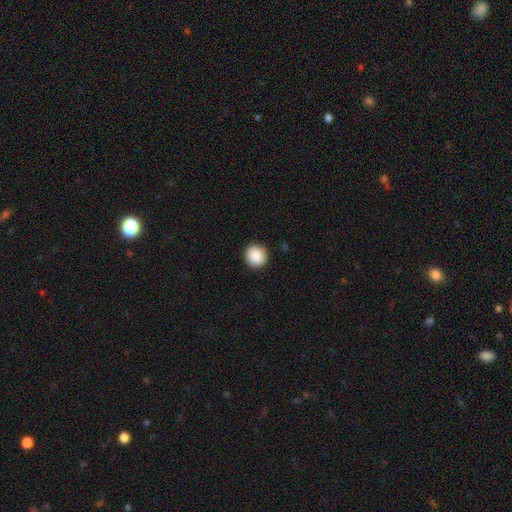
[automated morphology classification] smooth-or-featured: smooth: 89% | star or artifact: 8% | featured or disk: 3%
  how-rounded: round: 94% | in between: 5% | cigar-shaped: 1%
  merging: none: 92% | minor disturbance: 6% | major disturbance: 2% | merger: 1%